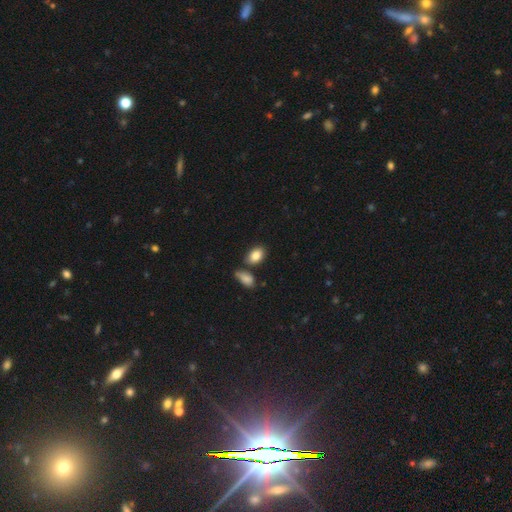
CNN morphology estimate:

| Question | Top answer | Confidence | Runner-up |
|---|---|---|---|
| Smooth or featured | smooth | 85% | star or artifact (8%) |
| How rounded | in between | 85% | round (13%) |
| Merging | none | 67% | minor disturbance (15%) |